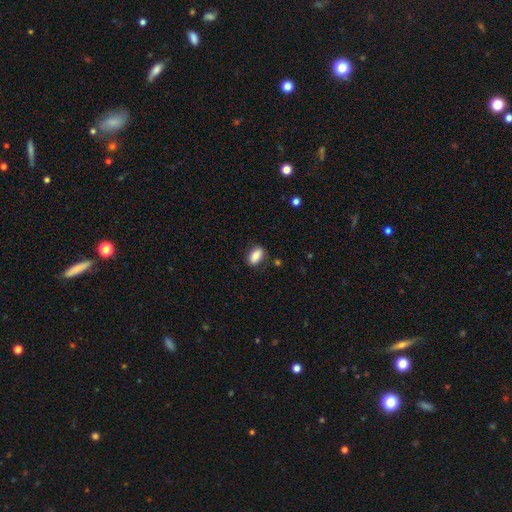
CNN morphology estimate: A smooth galaxy with no disk features (81%) that is in between round and cigar-shaped (88%).

Vote fractions:
- Smooth or featured? smooth: 81% / featured or disk: 11% / star or artifact: 7%
- How rounded? in between: 88% / round: 7% / cigar-shaped: 5%
- Merging? none: 83% / minor disturbance: 12% / major disturbance: 3% / merger: 2%